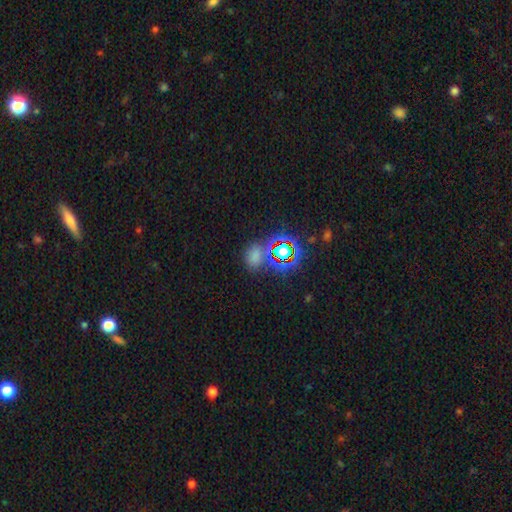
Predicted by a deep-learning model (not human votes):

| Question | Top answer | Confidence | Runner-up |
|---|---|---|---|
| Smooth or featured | smooth | 51% | star or artifact (42%) |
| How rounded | round | 52% | in between (46%) |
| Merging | none | 64% | minor disturbance (16%) |